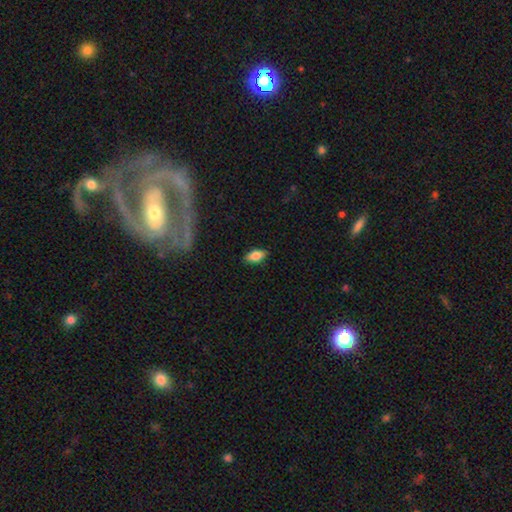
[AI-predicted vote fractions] Morphology: type=smooth (77%); roundness=in between (86%); merging=none (87%).